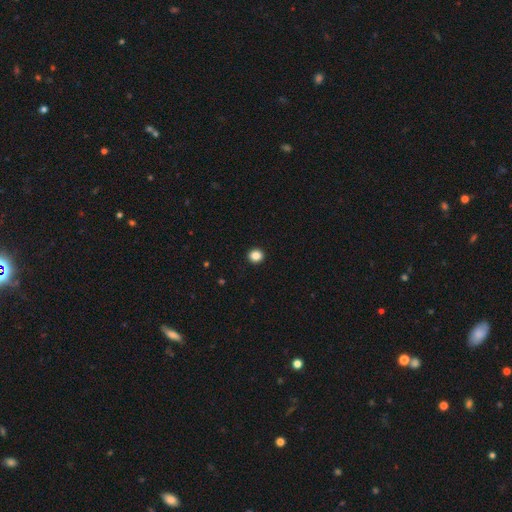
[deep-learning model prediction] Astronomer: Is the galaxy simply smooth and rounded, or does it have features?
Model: smooth — 86%.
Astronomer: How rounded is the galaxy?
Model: round — 88%.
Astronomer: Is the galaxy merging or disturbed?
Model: none — 93%.